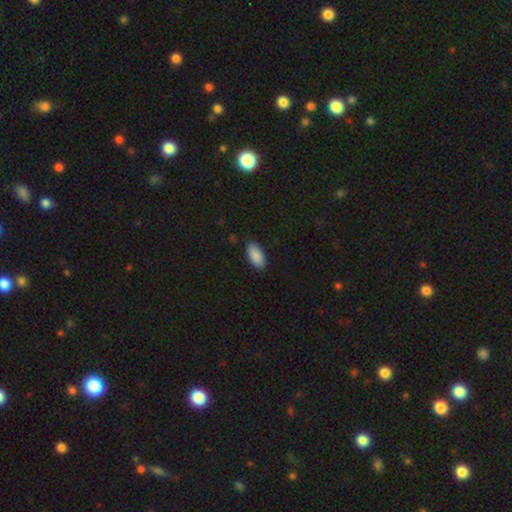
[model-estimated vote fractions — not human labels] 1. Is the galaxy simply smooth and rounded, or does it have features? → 89% smooth, 6% star or artifact, 4% featured or disk.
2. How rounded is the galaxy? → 91% in between, 8% cigar-shaped, 2% round.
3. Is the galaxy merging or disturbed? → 86% none, 11% minor disturbance, 2% major disturbance, 1% merger.